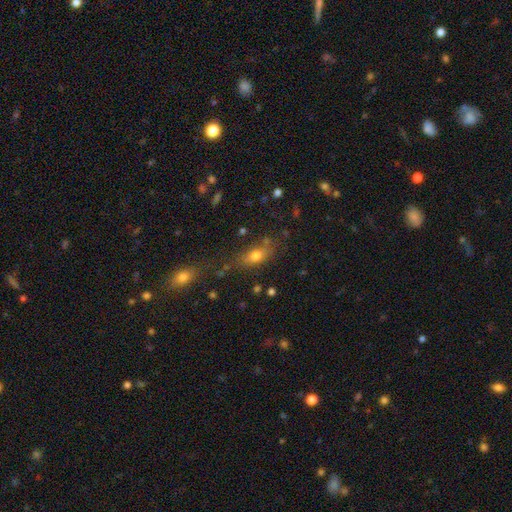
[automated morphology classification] Overall: smooth (72%). How rounded: in between (73%). Merging: none (65%).